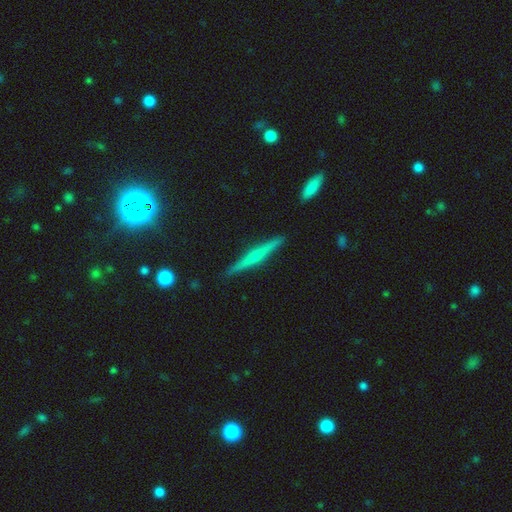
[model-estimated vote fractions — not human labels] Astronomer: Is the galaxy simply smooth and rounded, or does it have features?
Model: featured or disk — 57% (runner-up: smooth, 36%).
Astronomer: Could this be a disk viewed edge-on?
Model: yes — 98%.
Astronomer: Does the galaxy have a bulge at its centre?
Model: none — 42%, tied with rounded at 42%.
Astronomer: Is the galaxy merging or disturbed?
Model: none — 90%.